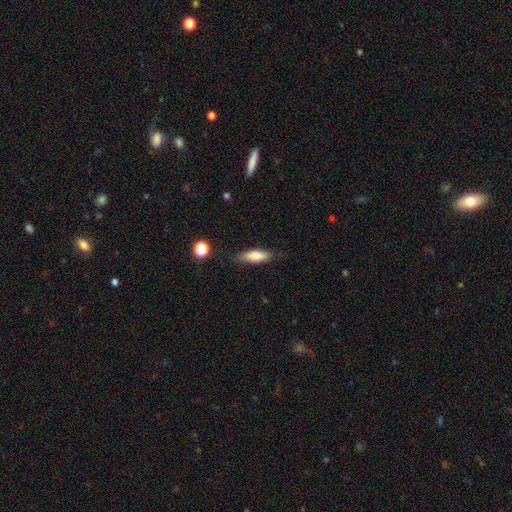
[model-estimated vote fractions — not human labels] Q: Smooth or featured?
A: smooth (78%); runner-up: featured or disk (15%)
Q: How rounded?
A: in between (55%); runner-up: cigar-shaped (43%)
Q: Merging?
A: none (79%); runner-up: minor disturbance (16%)